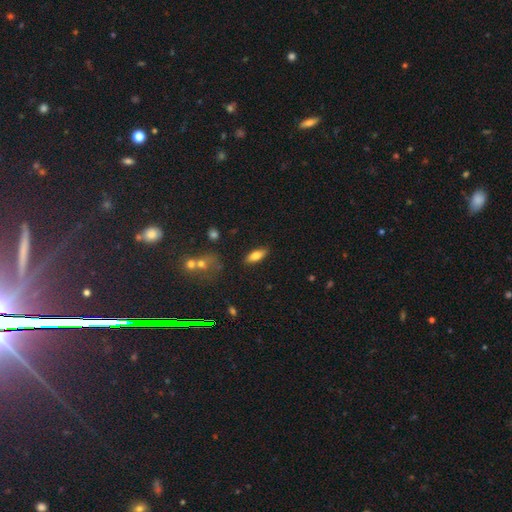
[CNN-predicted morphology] Overall: smooth (73%). How rounded: in between (75%). Merging: none (86%).